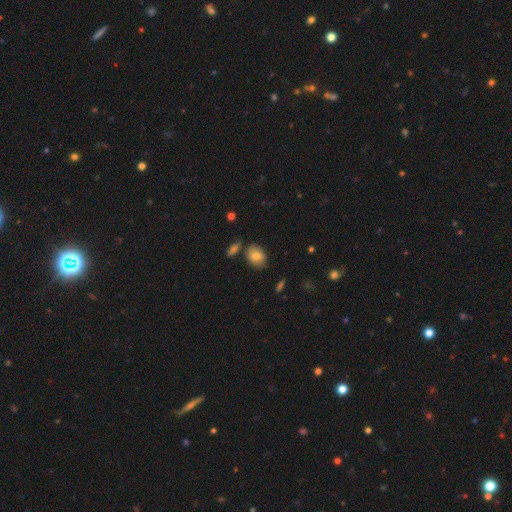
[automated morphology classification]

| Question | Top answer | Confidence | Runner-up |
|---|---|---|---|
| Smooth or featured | smooth | 79% | featured or disk (13%) |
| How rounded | in between | 65% | round (33%) |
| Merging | none | 74% | minor disturbance (15%) |